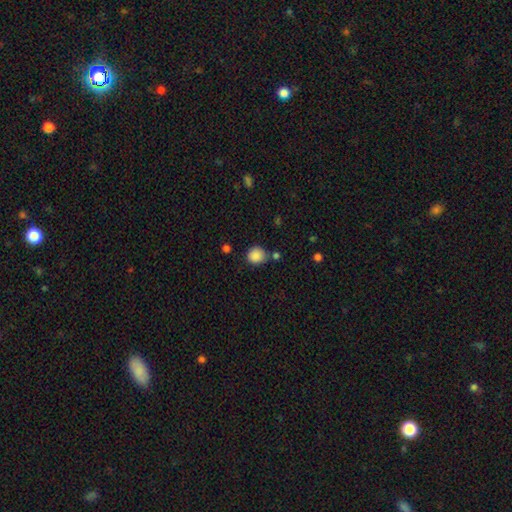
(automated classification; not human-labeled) Morphology: type=smooth (87%); roundness=round (82%); merging=none (73%).